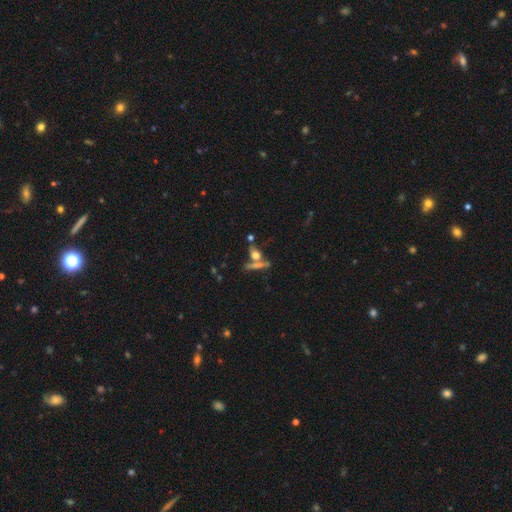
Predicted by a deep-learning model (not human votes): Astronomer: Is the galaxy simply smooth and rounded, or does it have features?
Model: smooth — 48% (runner-up: featured or disk, 37%).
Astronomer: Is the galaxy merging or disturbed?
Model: none — 54%.